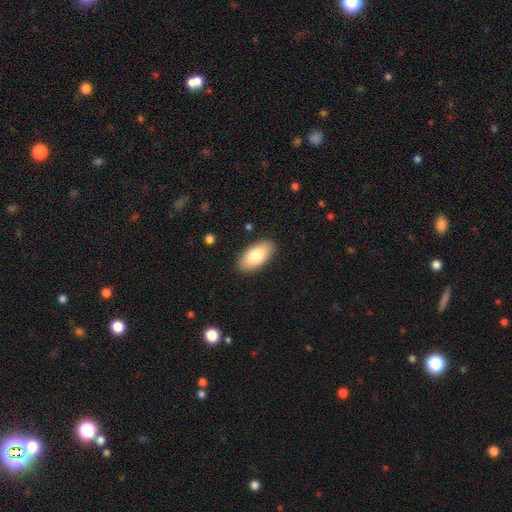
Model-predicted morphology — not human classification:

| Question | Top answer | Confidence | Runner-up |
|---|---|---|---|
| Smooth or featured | smooth | 81% | featured or disk (13%) |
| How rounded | in between | 94% | cigar-shaped (4%) |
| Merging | none | 88% | minor disturbance (9%) |